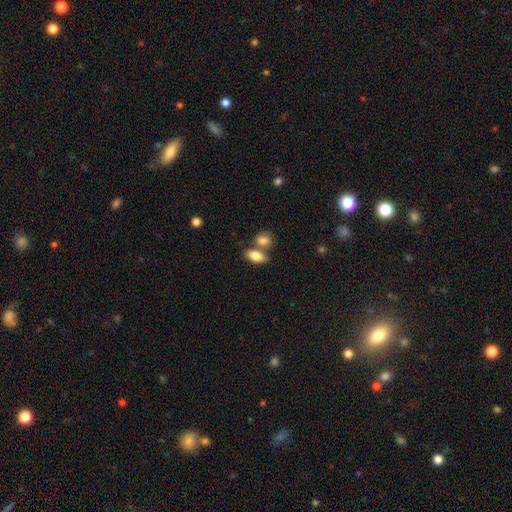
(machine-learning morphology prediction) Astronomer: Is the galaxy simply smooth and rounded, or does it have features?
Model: smooth — 83%.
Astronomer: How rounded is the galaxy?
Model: in between — 89%.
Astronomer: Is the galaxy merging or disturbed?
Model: none — 52% (runner-up: merger, 34%).